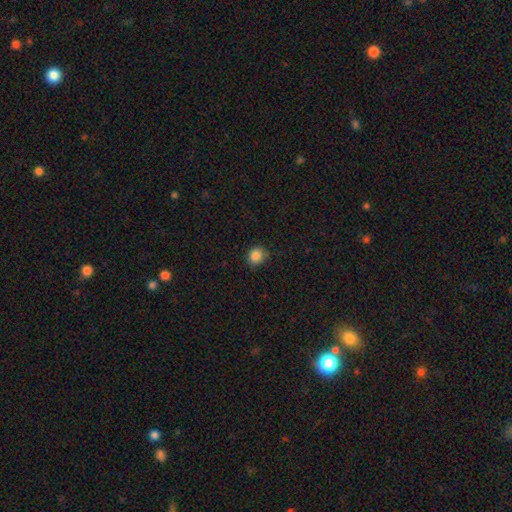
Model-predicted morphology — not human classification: A smooth galaxy with no disk features (86%) that is round (80%).

Vote fractions:
- Smooth or featured? smooth: 86% / star or artifact: 11% / featured or disk: 3%
- How rounded? round: 80% / in between: 19% / cigar-shaped: 1%
- Merging? none: 83% / minor disturbance: 13% / major disturbance: 3% / merger: 1%